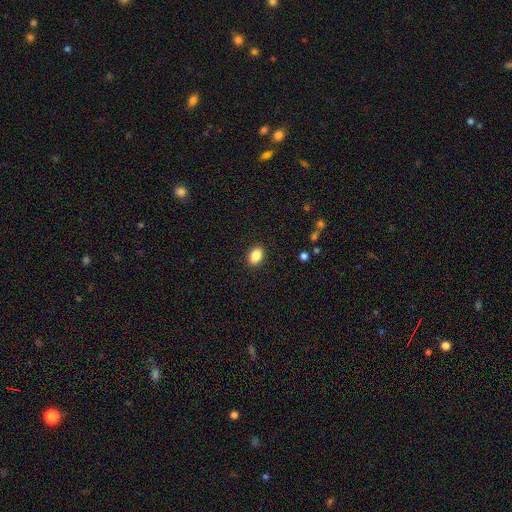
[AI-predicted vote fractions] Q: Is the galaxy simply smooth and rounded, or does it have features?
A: smooth — 86%.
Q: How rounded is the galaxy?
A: in between — 84%.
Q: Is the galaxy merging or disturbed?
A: none — 90%.